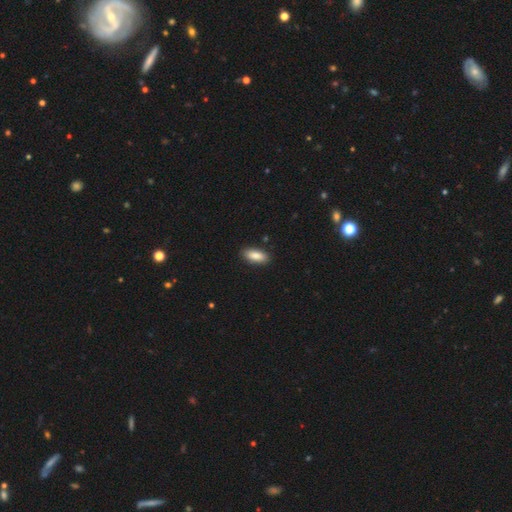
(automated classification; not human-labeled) Smooth or featured?
  - smooth: 88% *
  - star or artifact: 7%
  - featured or disk: 6%
How rounded?
  - in between: 81% *
  - cigar-shaped: 17%
  - round: 2%
Merging?
  - none: 88% *
  - minor disturbance: 9%
  - major disturbance: 2%
  - merger: 1%